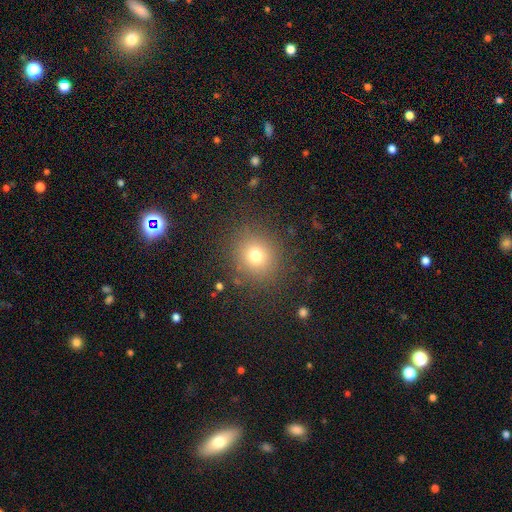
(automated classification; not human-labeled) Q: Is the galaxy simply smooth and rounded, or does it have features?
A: smooth — 73%.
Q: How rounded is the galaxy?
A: round — 87%.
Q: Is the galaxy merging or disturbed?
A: none — 86%.